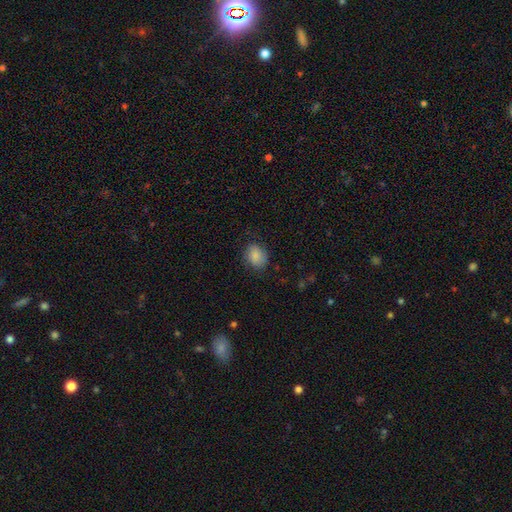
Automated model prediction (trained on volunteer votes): Q: Smooth or featured?
A: smooth (86%); runner-up: star or artifact (8%)
Q: How rounded?
A: round (50%); runner-up: in between (49%)
Q: Merging?
A: none (78%); runner-up: minor disturbance (16%)